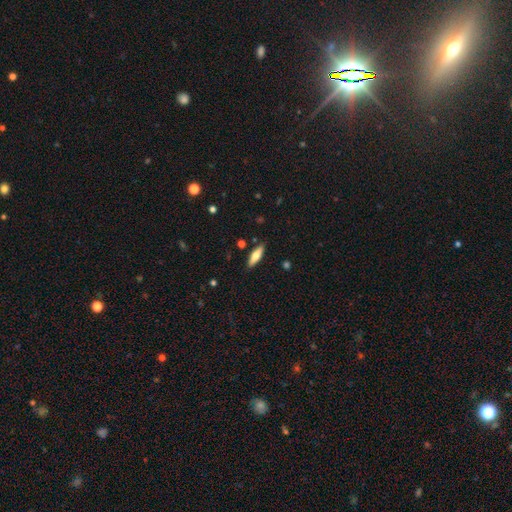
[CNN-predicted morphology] smooth_or_featured: smooth (p=0.64) [alt: featured or disk p=0.30]
how_rounded: cigar-shaped (p=0.51) [alt: in between p=0.47]
merging: none (p=0.88) [alt: minor disturbance p=0.09]